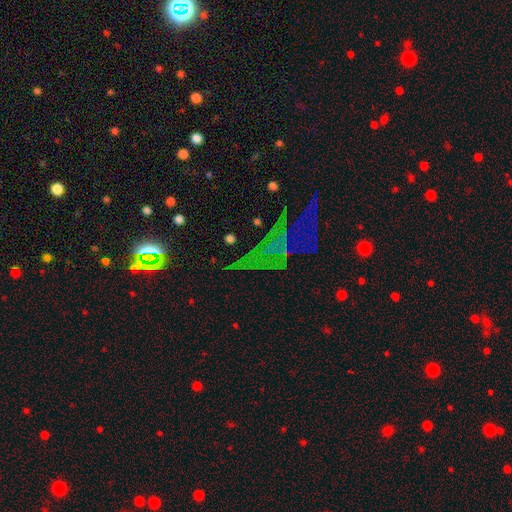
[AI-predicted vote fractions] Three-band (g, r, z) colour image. It shows a star or artifact, not a galaxy (60%).